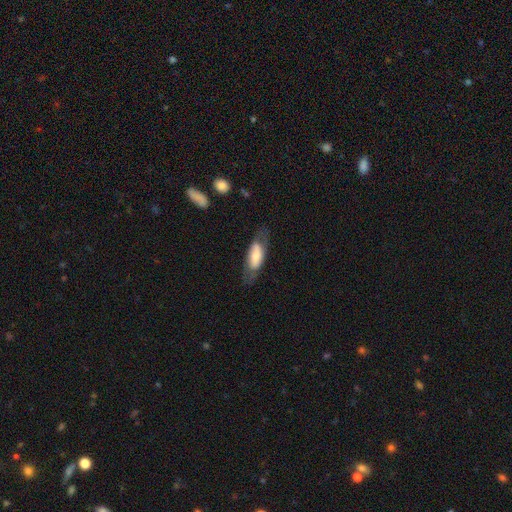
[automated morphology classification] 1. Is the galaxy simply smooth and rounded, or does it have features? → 50% smooth, 43% featured or disk, 6% star or artifact.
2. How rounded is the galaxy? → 75% in between, 22% cigar-shaped, 3% round.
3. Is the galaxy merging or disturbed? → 65% none, 21% minor disturbance, 12% major disturbance, 2% merger.